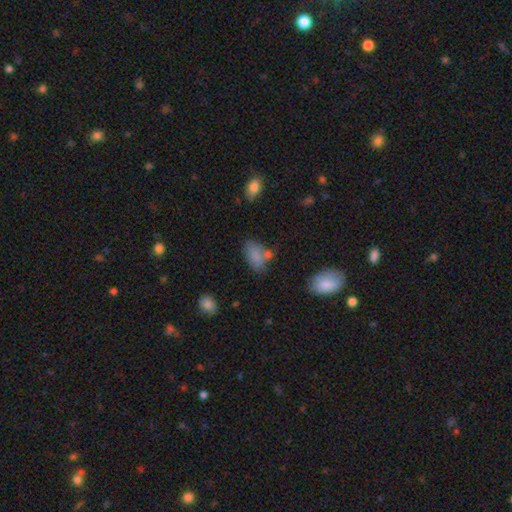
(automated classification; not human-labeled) smooth 77%, featured or disk 13%, star or artifact 10%. Down the decision tree: how rounded — in between (90%); merging — none (47%).